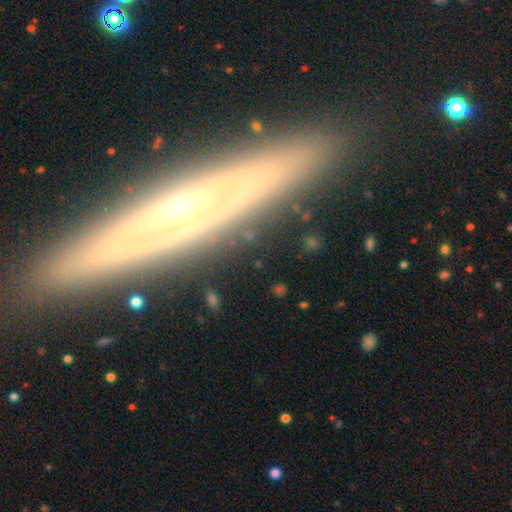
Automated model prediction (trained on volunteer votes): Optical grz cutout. It shows a featured or disk galaxy (75%) viewed edge-on (73%) with a rounded central bulge (79%). Merging: none (86%).